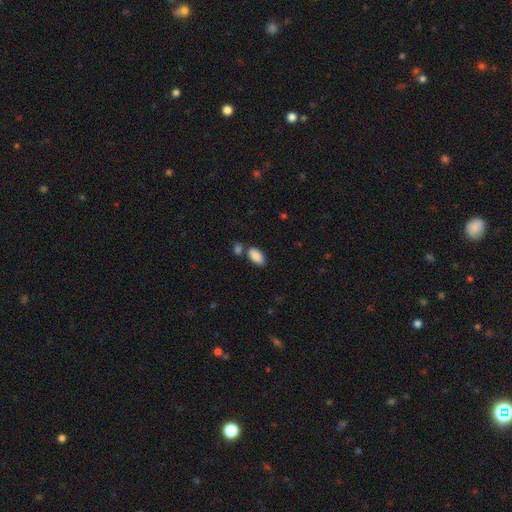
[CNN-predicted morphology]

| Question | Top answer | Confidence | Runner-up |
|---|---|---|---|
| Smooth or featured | smooth | 86% | featured or disk (7%) |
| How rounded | in between | 94% | round (4%) |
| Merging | none | 56% | merger (23%) |